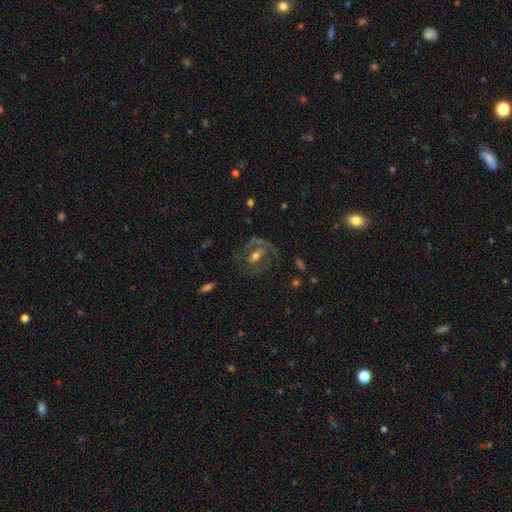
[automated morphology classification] Smooth or featured: featured or disk — 75% (smooth — 16%)
Edge-on disk: no — 95% (yes — 5%)
Bar: weak — 39% (no — 36%)
Spiral arms: yes — 79% (no — 21%)
Spiral winding: medium — 45% (tight — 36%)
Spiral arm count: 2 — 58% (can't tell — 17%)
Bulge size: moderate — 61% (small — 27%)
Merging: none — 62% (major disturbance — 19%)